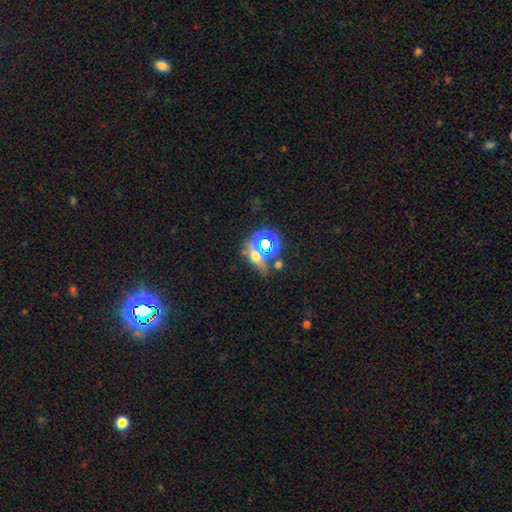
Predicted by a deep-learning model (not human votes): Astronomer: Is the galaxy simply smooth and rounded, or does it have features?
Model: star or artifact — 47% (runner-up: smooth, 38%).